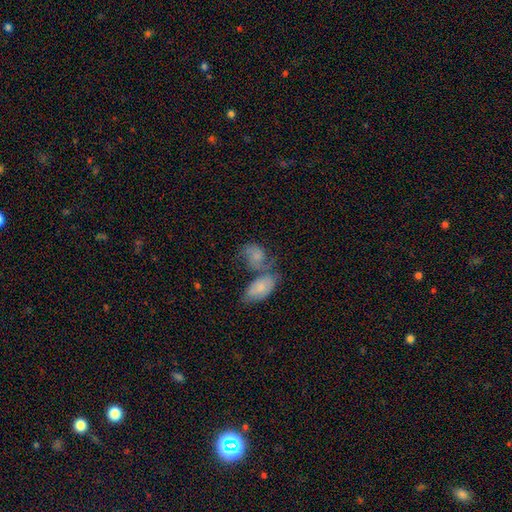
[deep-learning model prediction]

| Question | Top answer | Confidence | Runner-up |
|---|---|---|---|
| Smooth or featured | smooth | 63% | featured or disk (29%) |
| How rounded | in between | 72% | round (25%) |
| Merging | merger | 52% | none (24%) |